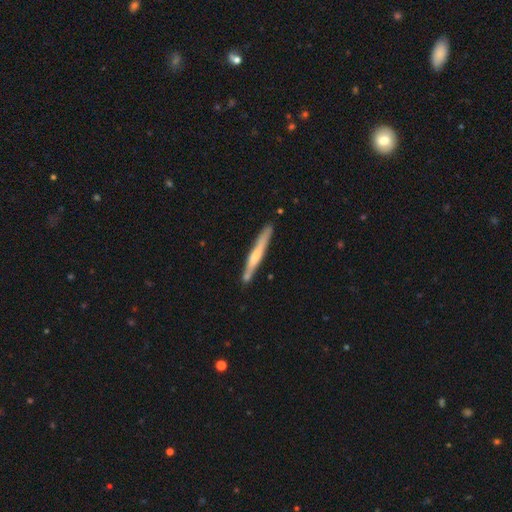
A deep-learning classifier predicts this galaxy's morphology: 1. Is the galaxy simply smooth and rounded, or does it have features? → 53% featured or disk, 42% smooth, 5% star or artifact.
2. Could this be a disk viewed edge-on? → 95% yes, 5% no.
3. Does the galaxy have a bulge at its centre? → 51% rounded, 37% none, 12% boxy.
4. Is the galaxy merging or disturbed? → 83% none, 11% minor disturbance, 4% merger, 2% major disturbance.